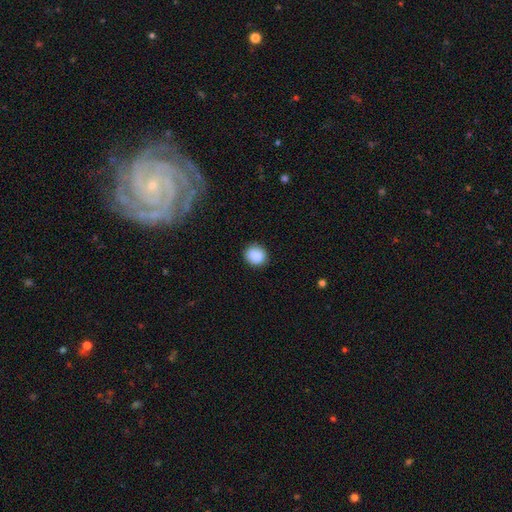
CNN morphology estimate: Overall: smooth (89%). How rounded: round (84%). Merging: none (88%).